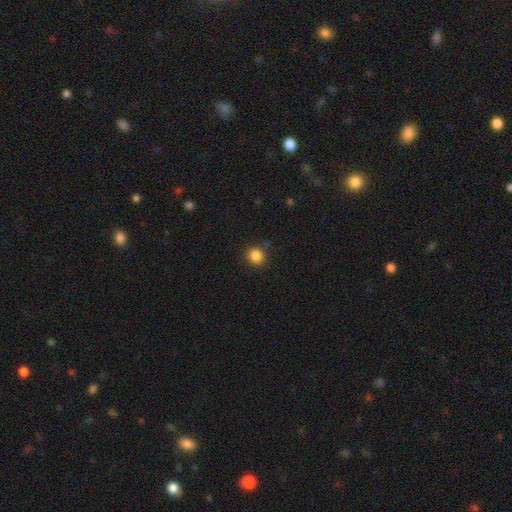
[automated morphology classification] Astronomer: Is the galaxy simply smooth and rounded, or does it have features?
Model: smooth — 86%.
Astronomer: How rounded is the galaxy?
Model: round — 88%.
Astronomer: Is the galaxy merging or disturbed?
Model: none — 87%.